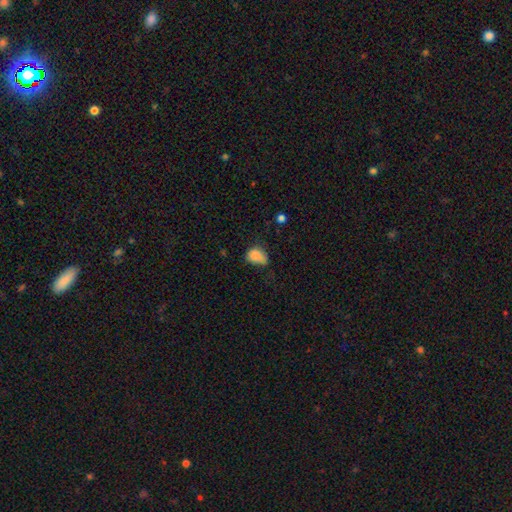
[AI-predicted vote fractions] Smooth or featured?
  - smooth: 80% *
  - star or artifact: 10%
  - featured or disk: 9%
How rounded?
  - in between: 70% *
  - round: 29%
  - cigar-shaped: 1%
Merging?
  - minor disturbance: 42% *
  - none: 33%
  - major disturbance: 20%
  - merger: 5%